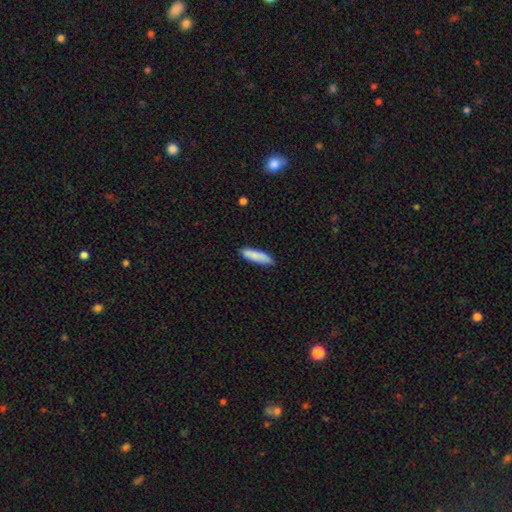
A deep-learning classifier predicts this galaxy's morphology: Q: Smooth or featured?
A: smooth (83%); runner-up: featured or disk (11%)
Q: How rounded?
A: cigar-shaped (60%); runner-up: in between (39%)
Q: Merging?
A: none (82%); runner-up: minor disturbance (14%)